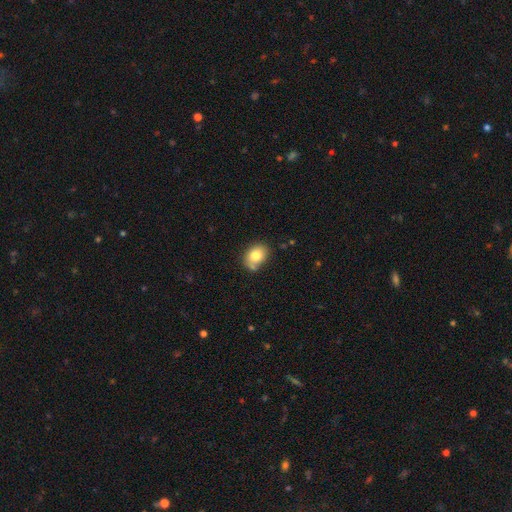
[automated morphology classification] This is clearly a smooth galaxy (80%). How rounded: likely in between (64%). Merging: likely none (67%).